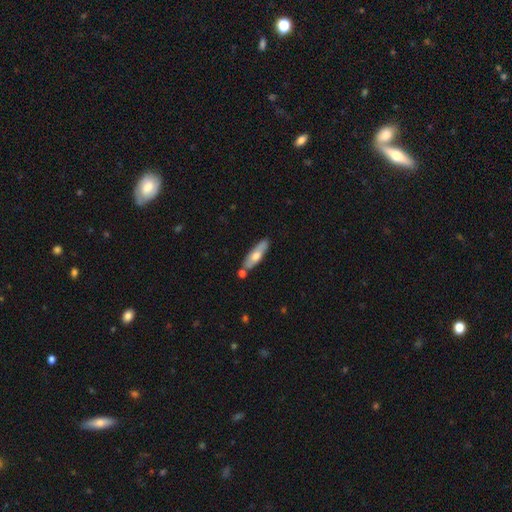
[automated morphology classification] A smooth galaxy with no disk features (57%) that is cigar-shaped (60%). Merging: none (73%).